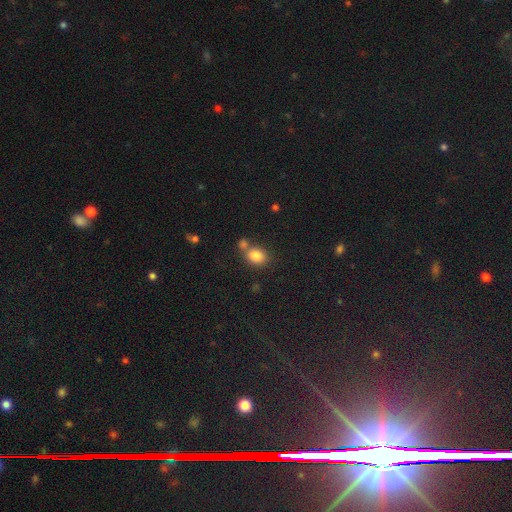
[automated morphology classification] A smooth galaxy with no disk features (83%) that is round (50%).

Vote fractions:
- Smooth or featured? smooth: 83% / star or artifact: 10% / featured or disk: 7%
- How rounded? round: 50% / in between: 49% / cigar-shaped: 1%
- Merging? none: 54% / merger: 31% / minor disturbance: 11% / major disturbance: 4%